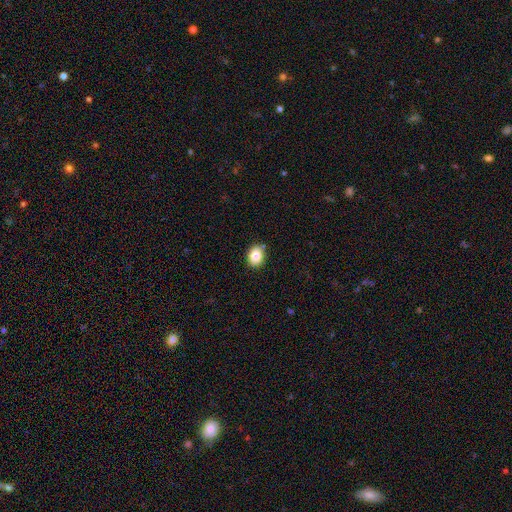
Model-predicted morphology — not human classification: type=smooth (85%); roundness=in between (56%); merging=none (86%).